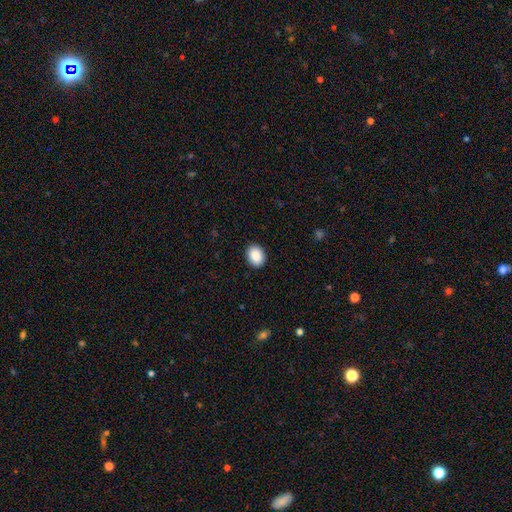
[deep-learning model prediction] The model was most divided on "how rounded": in between: 69%, round: 30%, cigar-shaped: 1%. More confident: merging — none (90%); smooth or featured — smooth (90%).